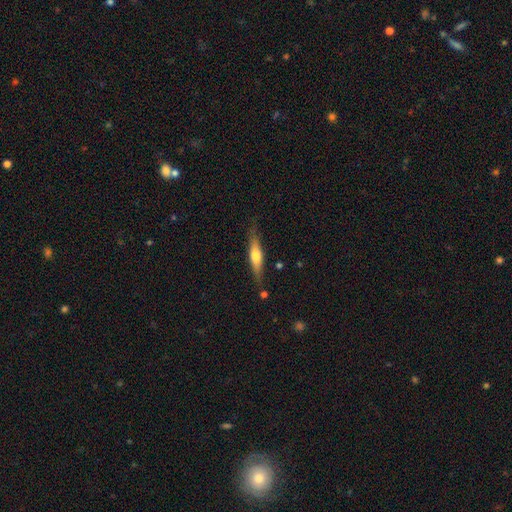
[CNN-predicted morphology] Overall: featured or disk (49%; smooth 45%). Merging: none (78%).